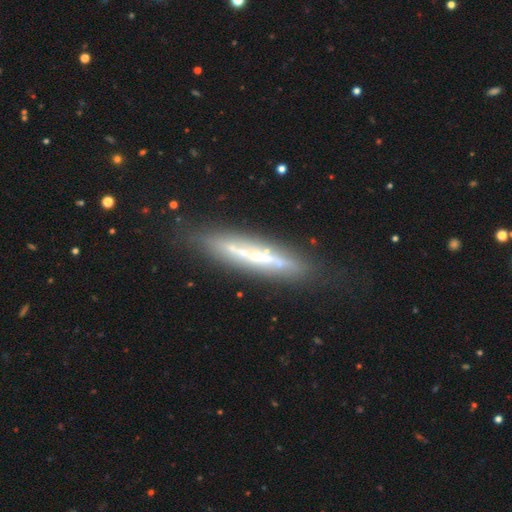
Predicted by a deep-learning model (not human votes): Q: Smooth or featured?
A: featured or disk (74%); runner-up: smooth (18%)
Q: Edge-on disk?
A: yes (88%); runner-up: no (12%)
Q: Edge-on bulge?
A: none (59%); runner-up: rounded (31%)
Q: Merging?
A: none (80%); runner-up: minor disturbance (13%)